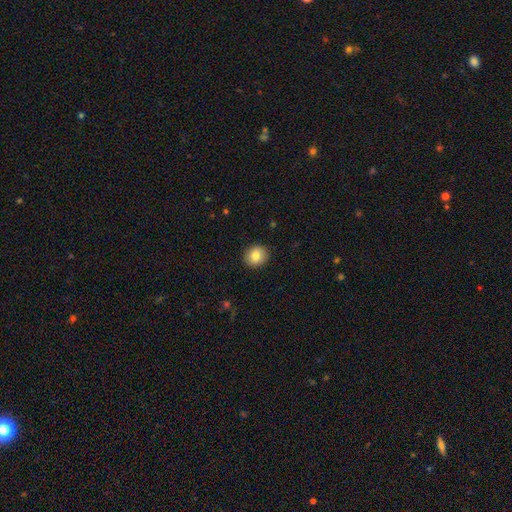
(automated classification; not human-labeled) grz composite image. It shows a smooth galaxy with no disk features (83%) that is round (79%). Merging: none (91%).